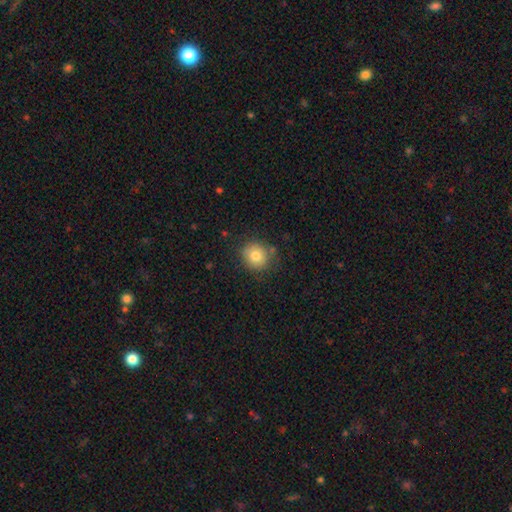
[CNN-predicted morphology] smooth_or_featured: smooth (p=0.79) [alt: featured or disk p=0.11]
how_rounded: round (p=0.84) [alt: in between p=0.15]
merging: none (p=0.80) [alt: minor disturbance p=0.14]